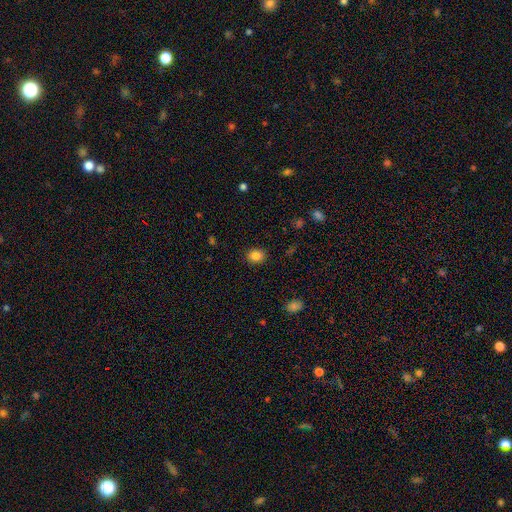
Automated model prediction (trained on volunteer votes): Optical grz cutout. It shows a smooth galaxy with no disk features (85%) that is round (58%). Merging: none (89%).